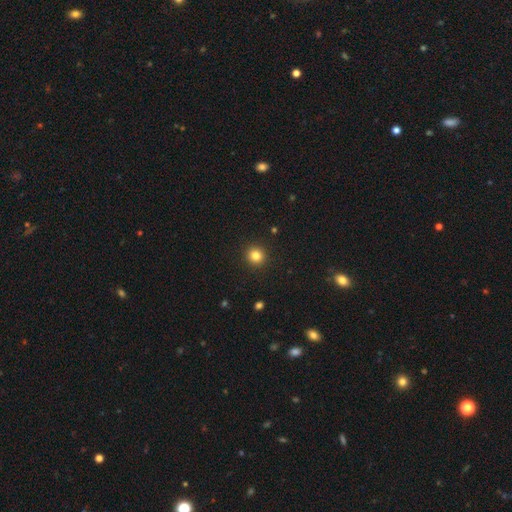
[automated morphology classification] This is clearly a smooth galaxy (82%). How rounded: clearly round (93%). Merging: clearly none (92%).